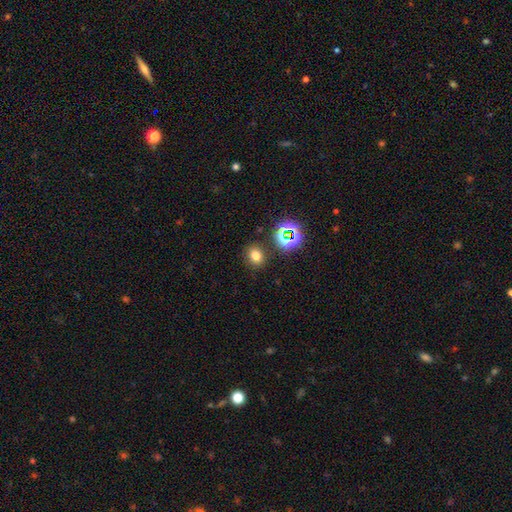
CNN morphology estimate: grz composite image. It shows a smooth galaxy with no disk features (72%) that is round (58%). Merging: none (85%).